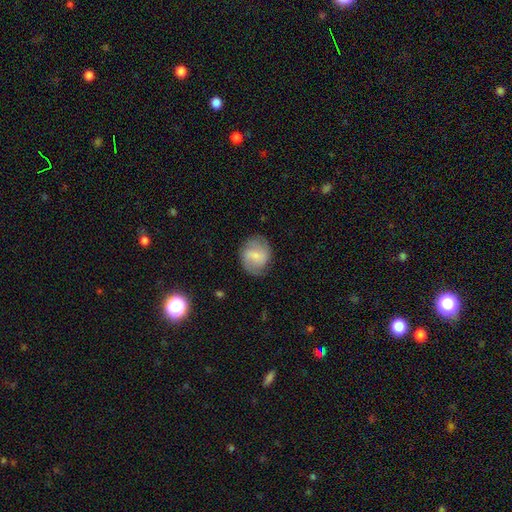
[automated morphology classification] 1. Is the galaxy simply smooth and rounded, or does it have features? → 52% smooth, 40% featured or disk, 7% star or artifact.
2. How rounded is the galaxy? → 67% round, 32% in between, 1% cigar-shaped.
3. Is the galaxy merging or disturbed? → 75% none, 17% minor disturbance, 6% major disturbance, 1% merger.